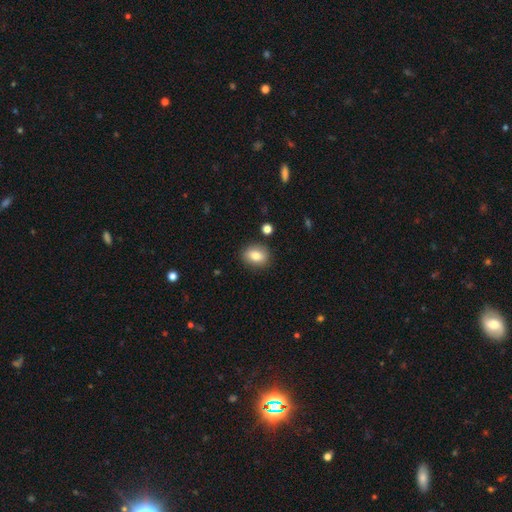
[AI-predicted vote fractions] Morphology: type=smooth (81%); roundness=in between (63%); merging=none (85%).